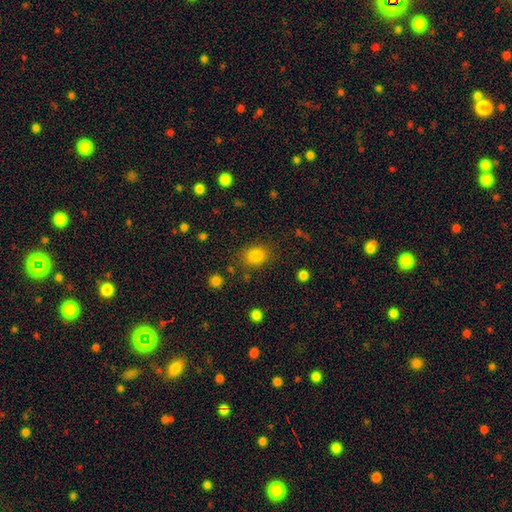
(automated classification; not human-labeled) Overall: smooth (84%). How rounded: in between (52%; round 47%). Merging: none (80%).